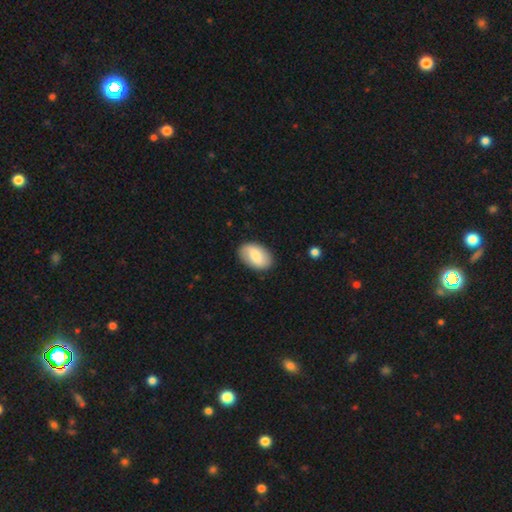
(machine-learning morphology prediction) Smooth or featured: smooth — 69% (featured or disk — 25%)
How rounded: in between — 92% (round — 7%)
Merging: none — 86% (minor disturbance — 11%)